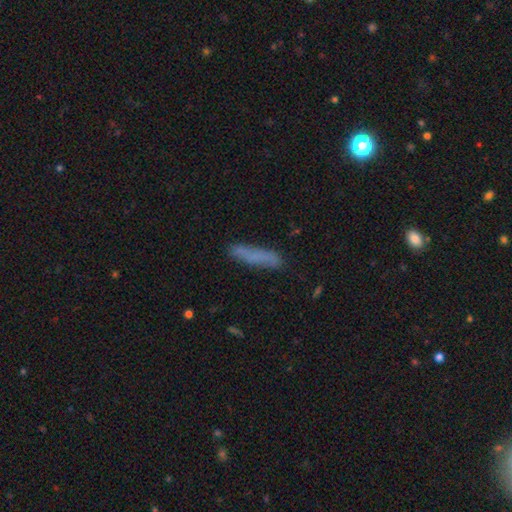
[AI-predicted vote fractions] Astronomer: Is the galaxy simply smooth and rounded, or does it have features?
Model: smooth — 71%.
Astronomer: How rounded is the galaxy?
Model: cigar-shaped — 88%.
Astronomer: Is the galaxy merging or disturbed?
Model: none — 81%.